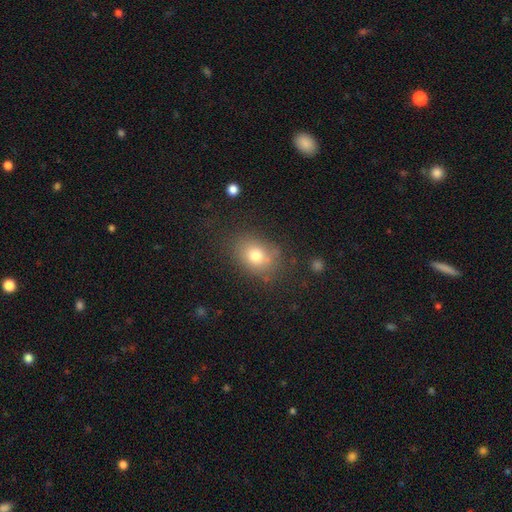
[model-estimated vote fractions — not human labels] Smooth or featured? smooth (75%)
How rounded? in between (58%)
Merging? none (73%)